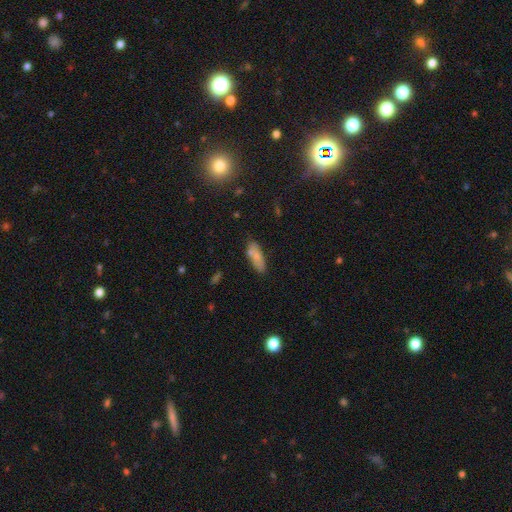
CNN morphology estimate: A smooth galaxy with no disk features (77%) that is in between round and cigar-shaped (62%). Merging: none (69%).